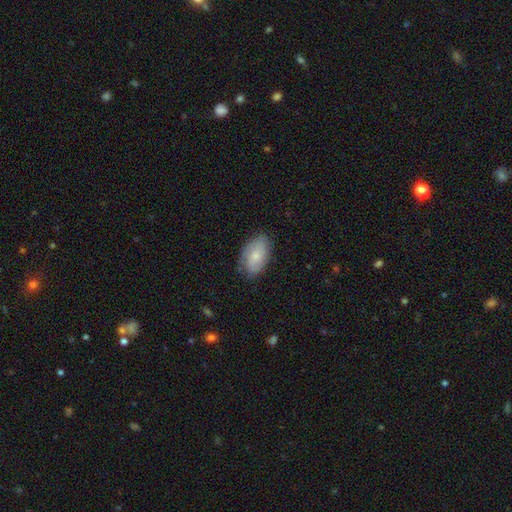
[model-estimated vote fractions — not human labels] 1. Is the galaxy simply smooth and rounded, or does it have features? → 61% smooth, 32% featured or disk, 6% star or artifact.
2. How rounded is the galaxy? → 92% in between, 6% round, 2% cigar-shaped.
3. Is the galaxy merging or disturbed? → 75% none, 19% minor disturbance, 4% major disturbance, 1% merger.